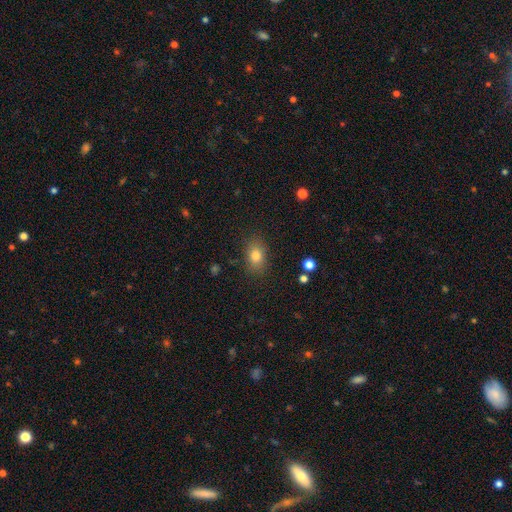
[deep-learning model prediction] A smooth galaxy with no disk features (81%) that is in between round and cigar-shaped (78%).

Vote fractions:
- Smooth or featured? smooth: 81% / star or artifact: 10% / featured or disk: 8%
- How rounded? in between: 78% / round: 20% / cigar-shaped: 2%
- Merging? none: 85% / minor disturbance: 11% / major disturbance: 3% / merger: 1%